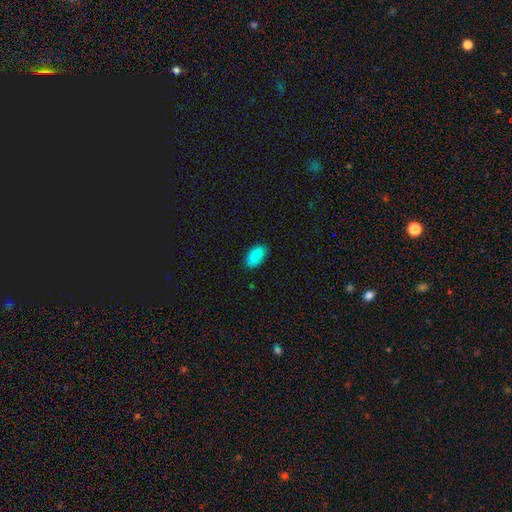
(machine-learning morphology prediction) Smooth or featured?
  - smooth: 90% *
  - star or artifact: 7%
  - featured or disk: 3%
How rounded?
  - in between: 94% *
  - round: 4%
  - cigar-shaped: 2%
Merging?
  - none: 85% *
  - minor disturbance: 11%
  - major disturbance: 2%
  - merger: 1%